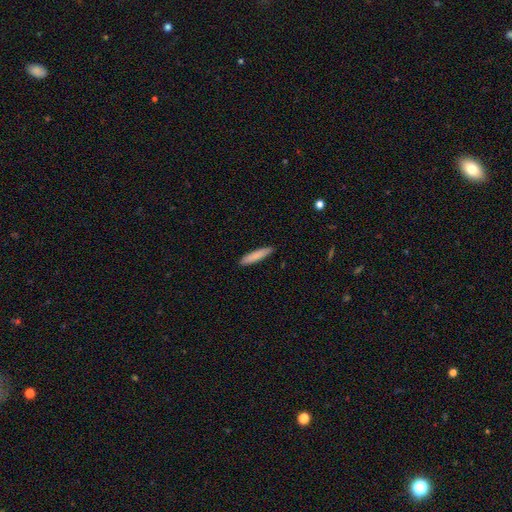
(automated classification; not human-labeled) smooth-or-featured: smooth: 84% | featured or disk: 10% | star or artifact: 6%
  how-rounded: cigar-shaped: 87% | in between: 12% | round: 1%
  merging: none: 90% | minor disturbance: 8% | major disturbance: 1% | merger: 1%